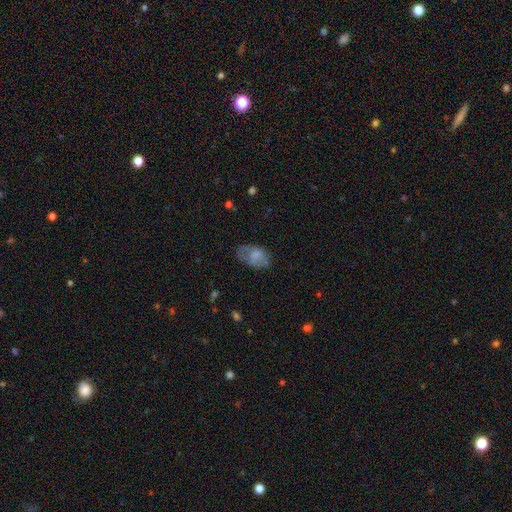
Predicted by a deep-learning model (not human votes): Smooth or featured? smooth (63%)
How rounded? in between (90%)
Merging? none (57%)